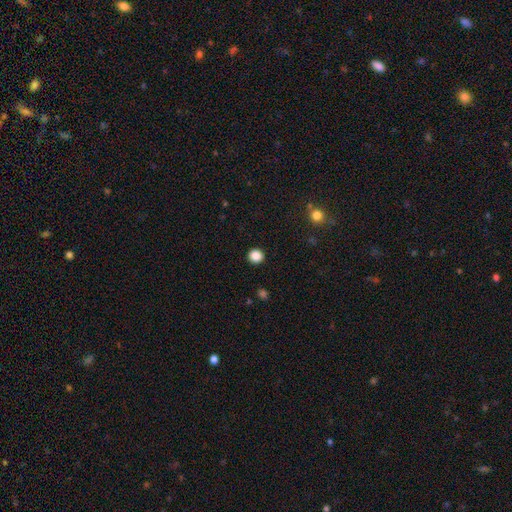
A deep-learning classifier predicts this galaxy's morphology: Overall: smooth (86%). How rounded: round (92%). Merging: none (93%).